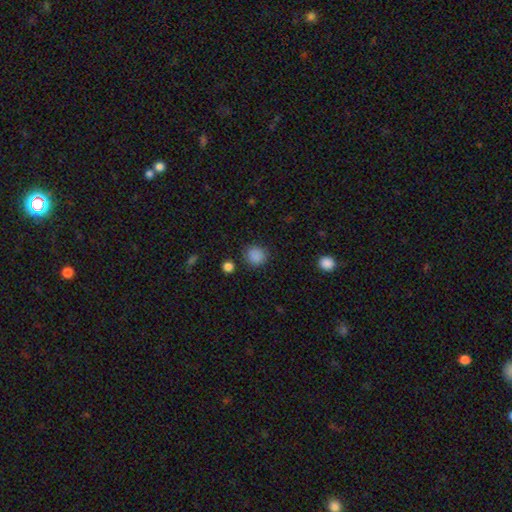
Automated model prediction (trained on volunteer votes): smooth_or_featured: smooth (p=0.87) [alt: star or artifact p=0.10]
how_rounded: round (p=0.90) [alt: in between p=0.09]
merging: none (p=0.88) [alt: minor disturbance p=0.07]